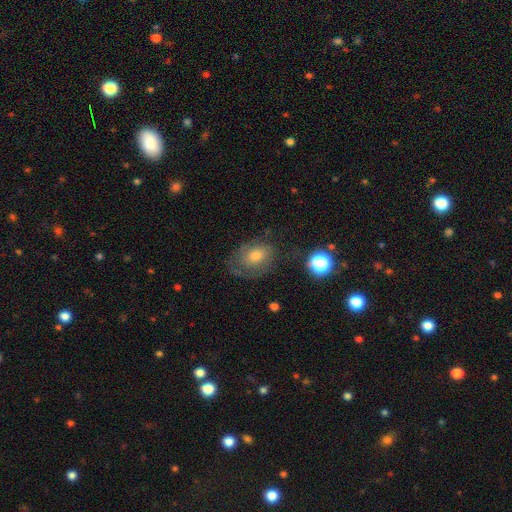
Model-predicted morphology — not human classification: smooth-or-featured: featured or disk: 52% | smooth: 36% | star or artifact: 12%
  disk-edge-on: no: 96% | yes: 4%
  merging: none: 59% | minor disturbance: 23% | major disturbance: 16% | merger: 2%